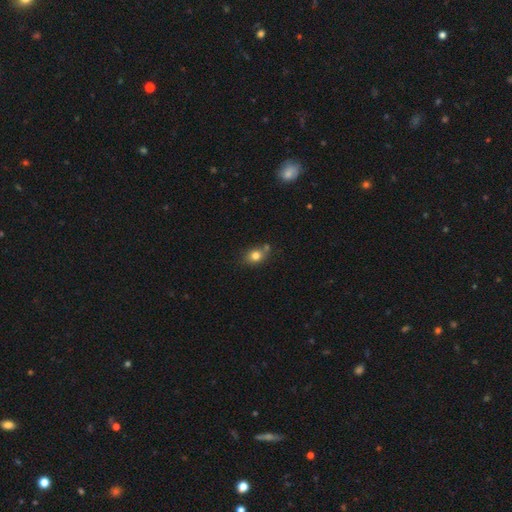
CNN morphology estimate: smooth 80%, star or artifact 11%, featured or disk 10%. Down the decision tree: how rounded — in between (51%); merging — none (62%).